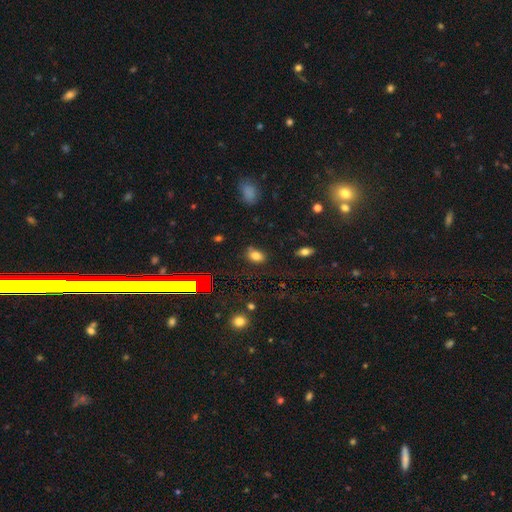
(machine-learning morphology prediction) type=smooth (77%); roundness=in between (82%); merging=none (74%).